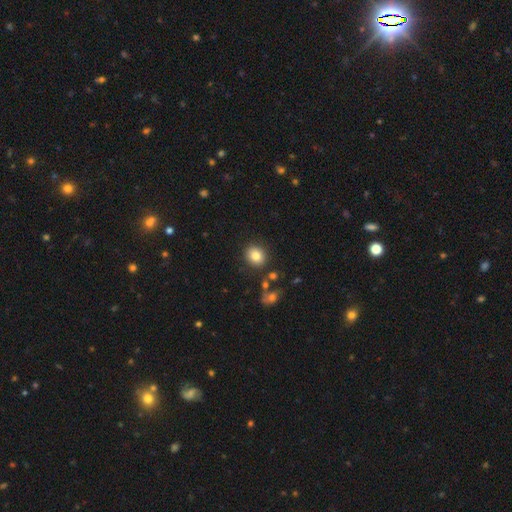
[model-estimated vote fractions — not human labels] Smooth or featured: smooth — 82% (star or artifact — 10%)
How rounded: round — 68% (in between — 31%)
Merging: none — 85% (minor disturbance — 8%)